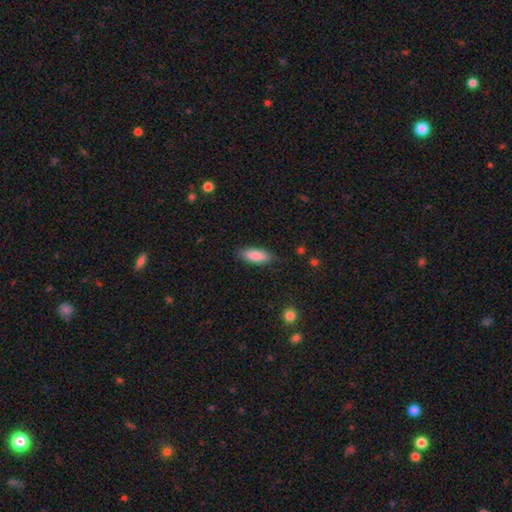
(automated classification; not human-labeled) Smooth or featured? smooth (87%)
How rounded? in between (75%)
Merging? none (82%)